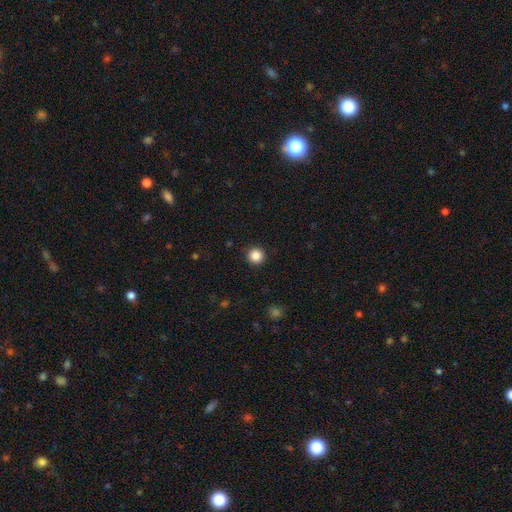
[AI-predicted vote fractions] Smooth or featured? Predicted: smooth (p=0.86). How rounded? Predicted: round (p=0.96). Merging? Predicted: none (p=0.92).